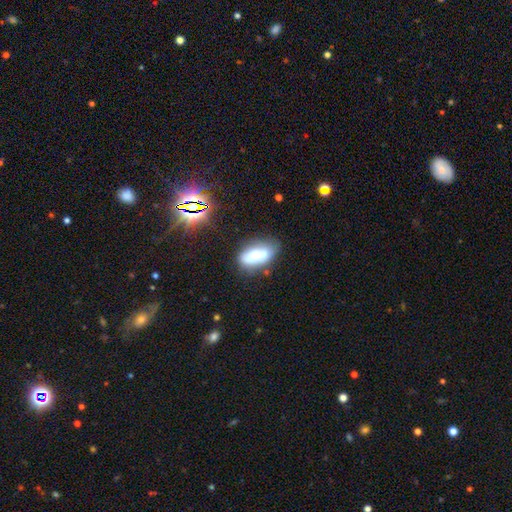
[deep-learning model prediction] smooth 58%, featured or disk 33%, star or artifact 10%. Down the decision tree: how rounded — in between (85%); merging — none (56%).